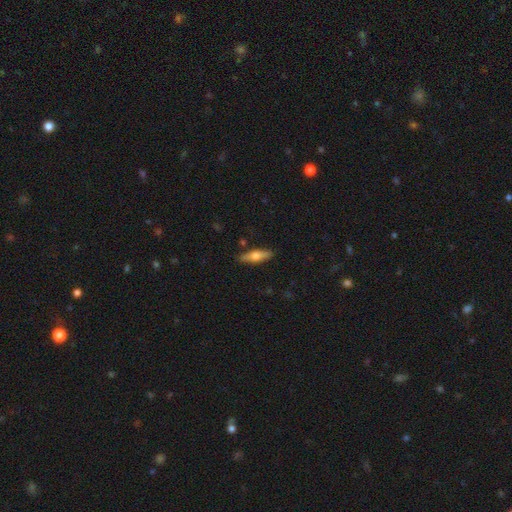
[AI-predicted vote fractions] Smooth or featured? Predicted: smooth (p=0.51). How rounded? Predicted: cigar-shaped (p=0.64). Merging? Predicted: none (p=0.87).